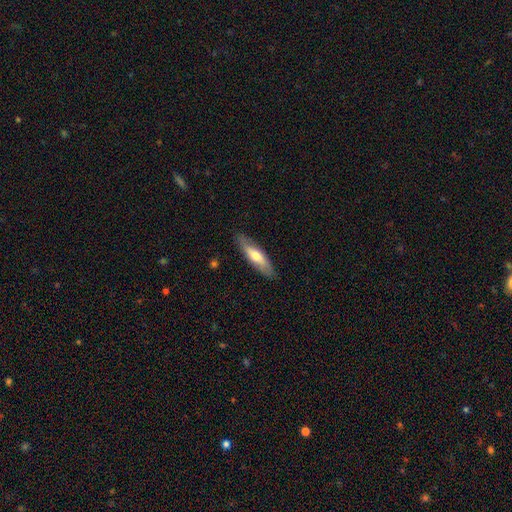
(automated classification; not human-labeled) smooth-or-featured: smooth: 59% | featured or disk: 35% | star or artifact: 5%
  how-rounded: cigar-shaped: 62% | in between: 36% | round: 2%
  merging: none: 85% | minor disturbance: 11% | major disturbance: 2% | merger: 1%